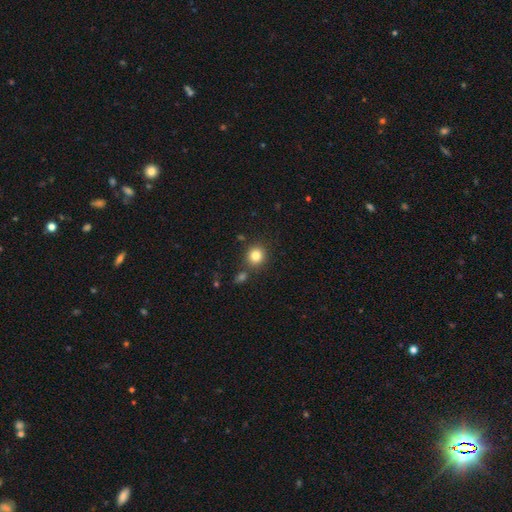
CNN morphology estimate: This appears to be a smooth galaxy with no disk features (82%) that is round (88%). Merging: none (80%).